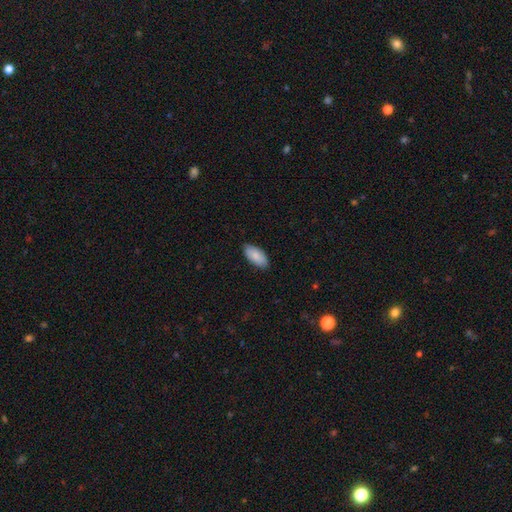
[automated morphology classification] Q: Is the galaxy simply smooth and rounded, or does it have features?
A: smooth — 87%.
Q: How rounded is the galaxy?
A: in between — 92%.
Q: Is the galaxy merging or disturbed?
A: none — 86%.